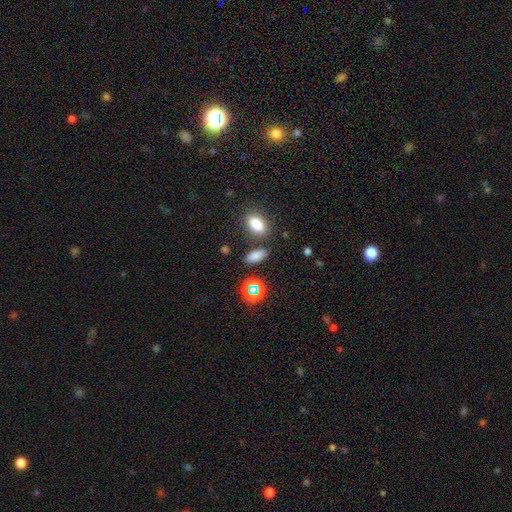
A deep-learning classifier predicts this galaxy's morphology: Q: Smooth or featured?
A: smooth (77%); runner-up: star or artifact (16%)
Q: How rounded?
A: in between (81%); runner-up: cigar-shaped (10%)
Q: Merging?
A: none (79%); runner-up: minor disturbance (10%)